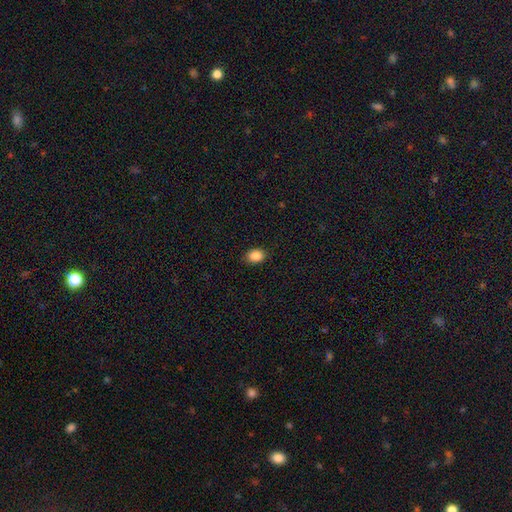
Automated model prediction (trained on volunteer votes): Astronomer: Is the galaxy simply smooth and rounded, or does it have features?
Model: smooth — 88%.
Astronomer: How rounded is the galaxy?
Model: in between — 68%.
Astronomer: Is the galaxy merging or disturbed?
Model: none — 87%.